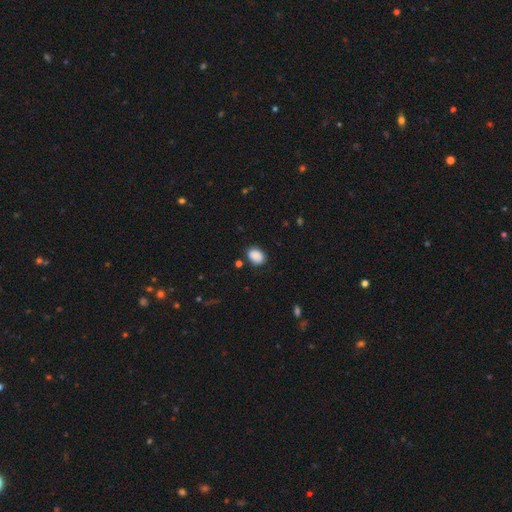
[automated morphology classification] smooth-or-featured: smooth: 87% | star or artifact: 8% | featured or disk: 5%
  how-rounded: in between: 74% | round: 25% | cigar-shaped: 1%
  merging: none: 80% | minor disturbance: 14% | major disturbance: 3% | merger: 3%